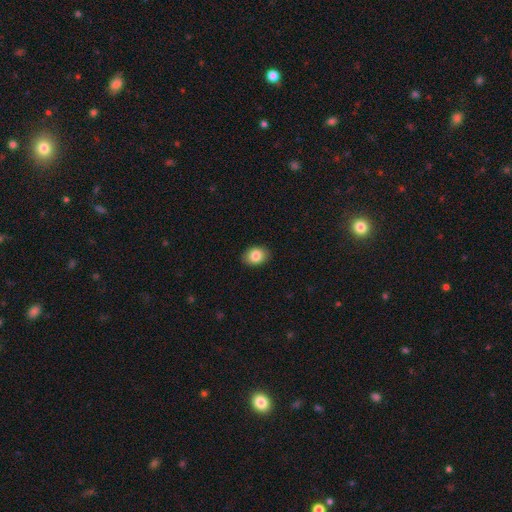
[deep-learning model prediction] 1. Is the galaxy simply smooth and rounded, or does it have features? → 85% smooth, 8% star or artifact, 7% featured or disk.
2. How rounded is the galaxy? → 66% in between, 33% round, 1% cigar-shaped.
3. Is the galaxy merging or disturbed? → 89% none, 8% minor disturbance, 2% major disturbance, 1% merger.